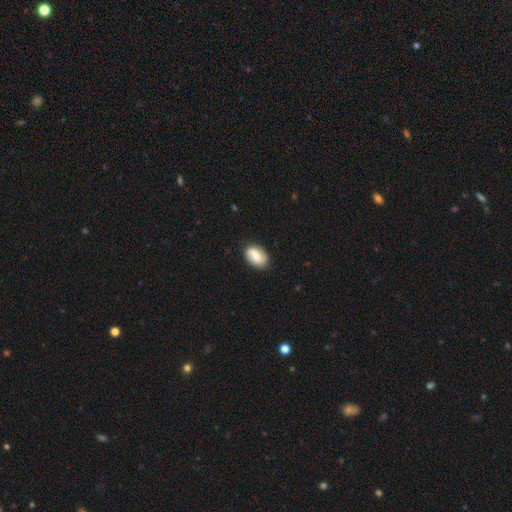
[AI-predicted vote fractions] Q: Smooth or featured?
A: smooth (52%); runner-up: featured or disk (41%)
Q: How rounded?
A: in between (86%); runner-up: round (12%)
Q: Merging?
A: none (85%); runner-up: minor disturbance (11%)